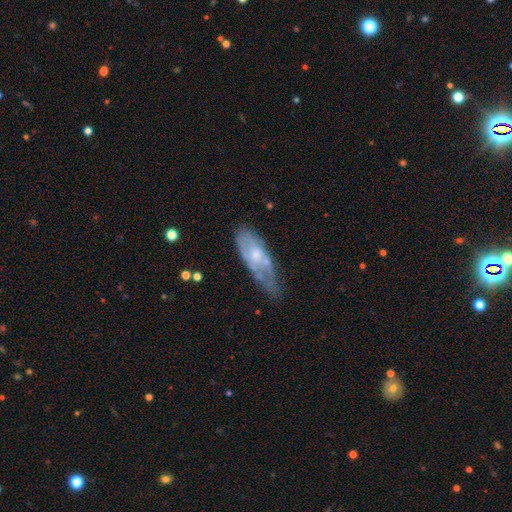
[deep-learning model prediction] smooth_or_featured: featured or disk (p=0.55) [alt: smooth p=0.38]
disk_edge_on: no (p=0.81) [alt: yes p=0.19]
merging: none (p=0.42) [alt: minor disturbance p=0.36]